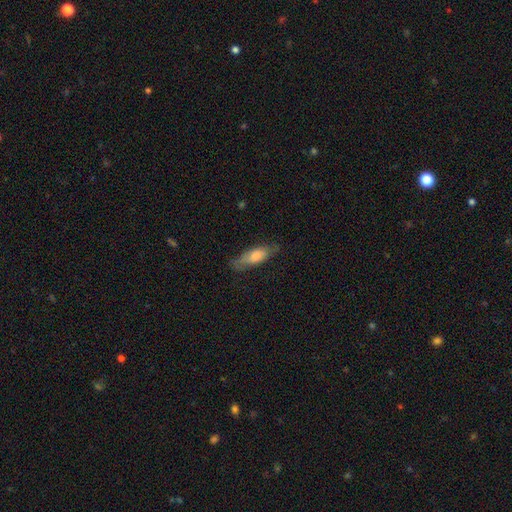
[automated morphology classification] smooth 65%, featured or disk 28%, star or artifact 6%. Down the decision tree: how rounded — in between (55%); merging — none (71%).